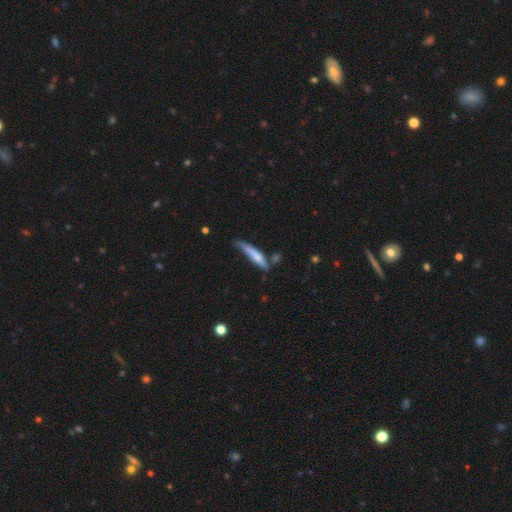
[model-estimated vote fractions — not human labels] smooth_or_featured: smooth (p=0.66) [alt: featured or disk p=0.28]
how_rounded: cigar-shaped (p=0.88) [alt: in between p=0.10]
merging: none (p=0.47) [alt: minor disturbance p=0.32]